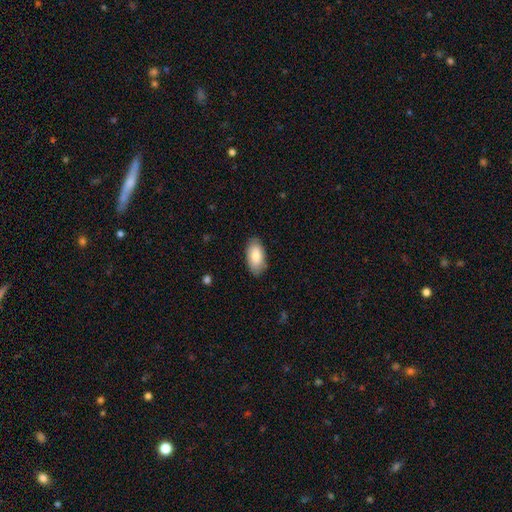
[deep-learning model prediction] This appears to be a smooth galaxy with no disk features (83%) that is in between round and cigar-shaped (94%). Merging: none (85%).